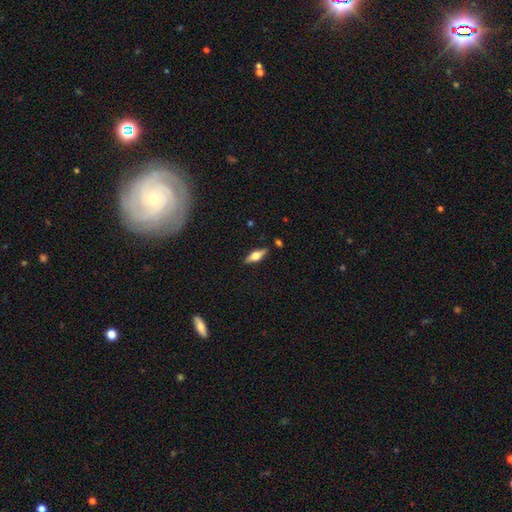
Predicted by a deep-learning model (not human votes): A featured or disk galaxy (57%) viewed edge-on (94%) with a rounded central bulge (93%). Merging: none (86%).